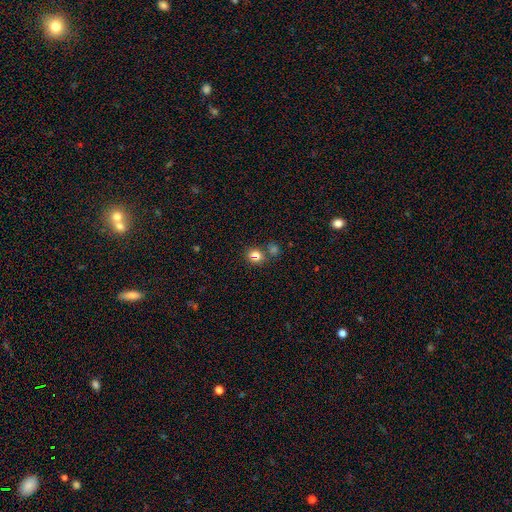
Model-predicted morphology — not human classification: type=smooth (71%); roundness=round (66%); merging=none (60%).